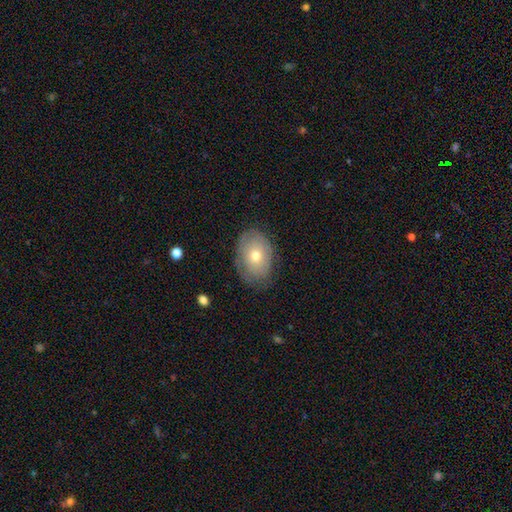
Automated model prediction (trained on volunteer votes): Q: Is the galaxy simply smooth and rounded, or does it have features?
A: smooth — 56%.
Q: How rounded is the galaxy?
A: in between — 77%.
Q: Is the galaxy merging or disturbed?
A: none — 72%.